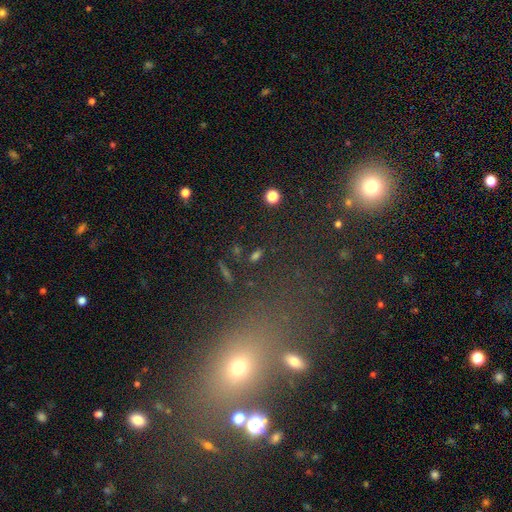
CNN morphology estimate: smooth_or_featured: smooth (p=0.48) [alt: star or artifact p=0.36]
merging: none (p=0.78) [alt: minor disturbance p=0.10]